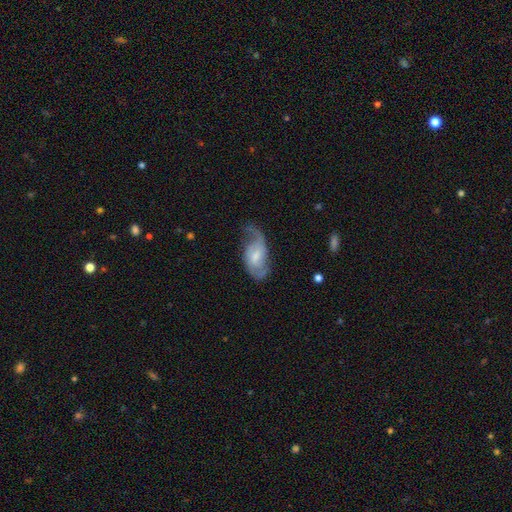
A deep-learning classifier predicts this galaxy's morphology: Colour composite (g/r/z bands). It shows a featured or disk galaxy (76%) with a weak bar (56%), 2 (74%) medium (45%) spiral arms (92%) and a moderate central bulge (45%). Merging: none (52%).